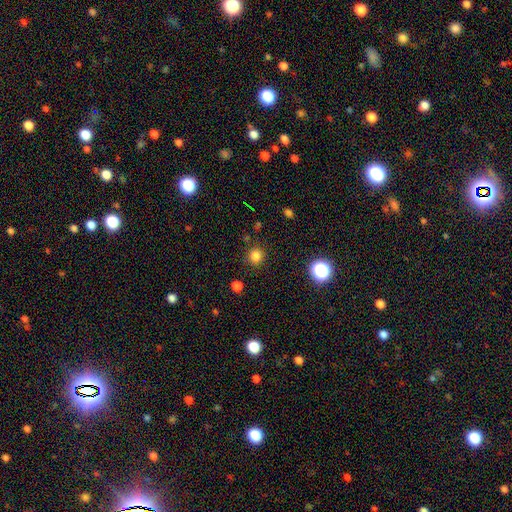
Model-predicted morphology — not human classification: This is clearly a smooth galaxy (81%). How rounded: clearly round (91%). Merging: clearly none (88%).